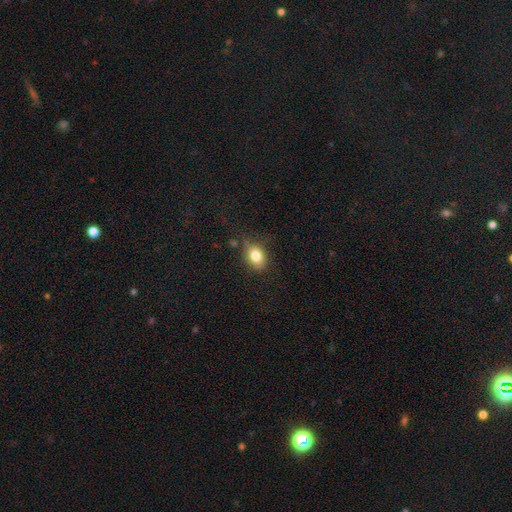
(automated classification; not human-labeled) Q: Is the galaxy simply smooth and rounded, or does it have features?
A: smooth — 82%.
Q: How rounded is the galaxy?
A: in between — 68%.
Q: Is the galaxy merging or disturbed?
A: none — 69%.